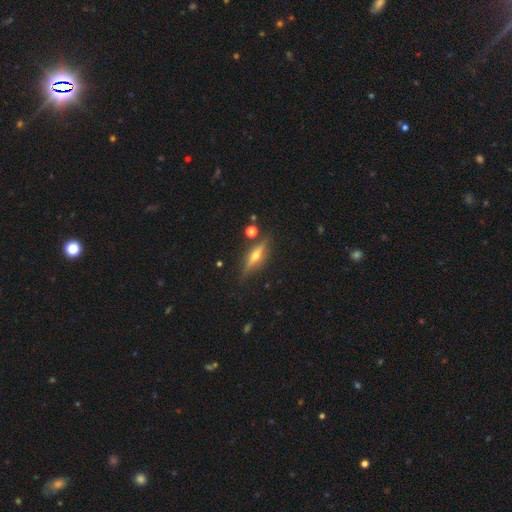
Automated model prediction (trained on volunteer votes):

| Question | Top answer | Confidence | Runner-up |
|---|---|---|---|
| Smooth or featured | featured or disk | 71% | smooth (21%) |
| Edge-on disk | yes | 95% | no (5%) |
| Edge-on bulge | rounded | 93% | none (3%) |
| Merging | none | 85% | minor disturbance (9%) |